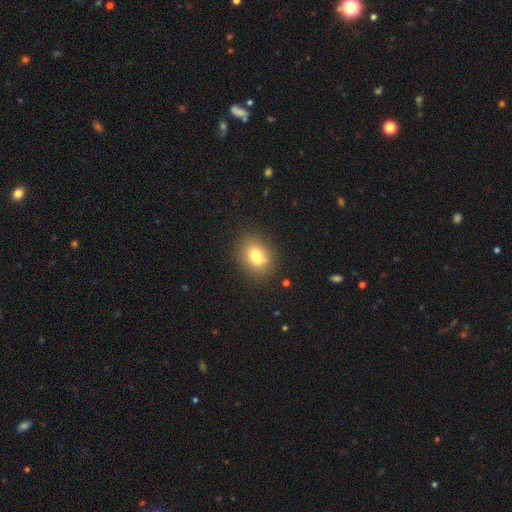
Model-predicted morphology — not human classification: A smooth galaxy with no disk features (73%) that is round (50%).

Vote fractions:
- Smooth or featured? smooth: 73% / featured or disk: 15% / star or artifact: 12%
- How rounded? round: 50% / in between: 49% / cigar-shaped: 1%
- Merging? none: 71% / minor disturbance: 16% / merger: 9% / major disturbance: 5%